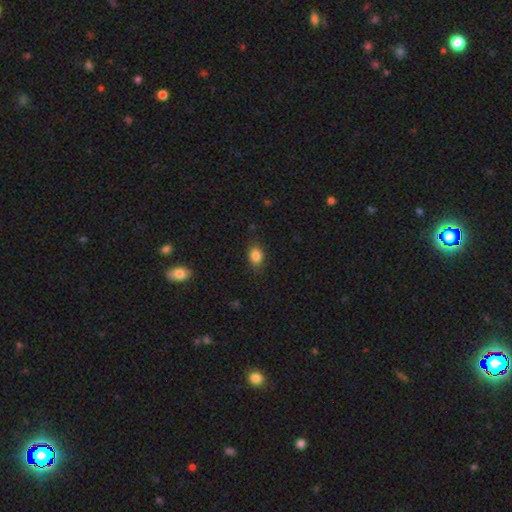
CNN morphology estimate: Q: Smooth or featured?
A: smooth (85%); runner-up: star or artifact (10%)
Q: How rounded?
A: in between (69%); runner-up: round (29%)
Q: Merging?
A: none (80%); runner-up: minor disturbance (15%)